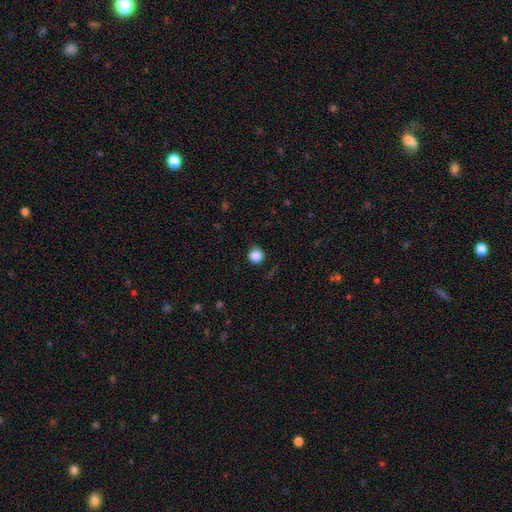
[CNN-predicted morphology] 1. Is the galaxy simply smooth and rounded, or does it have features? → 86% smooth, 10% star or artifact, 4% featured or disk.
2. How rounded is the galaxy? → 93% round, 6% in between, 1% cigar-shaped.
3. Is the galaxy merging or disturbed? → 83% none, 12% minor disturbance, 3% major disturbance, 1% merger.